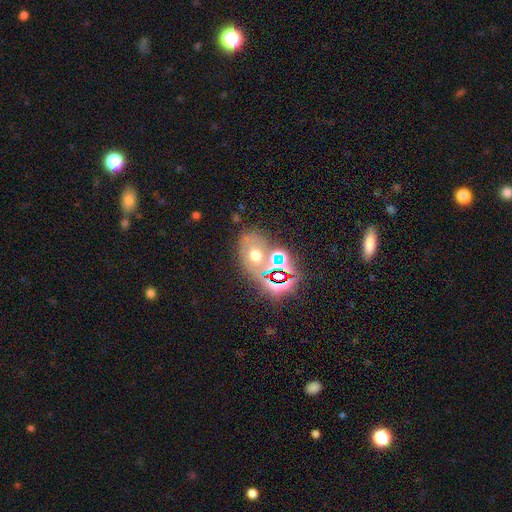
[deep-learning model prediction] A smooth galaxy with no disk features (44%). Merging: none (58%).